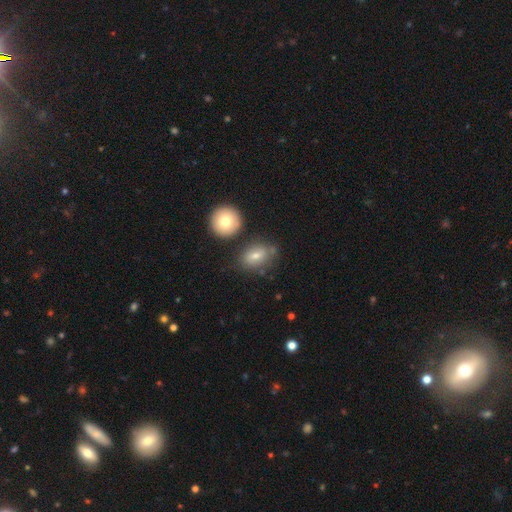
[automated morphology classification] Overall: smooth (70%). How rounded: in between (75%). Merging: none (66%).